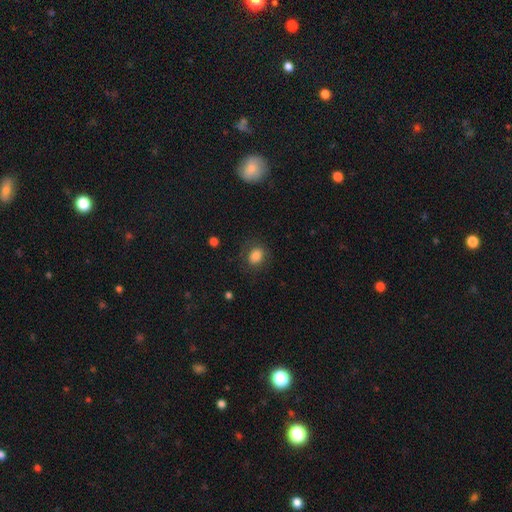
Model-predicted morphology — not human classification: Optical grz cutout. It shows a smooth galaxy with no disk features (82%) that is in between round and cigar-shaped (53%). Merging: none (77%).